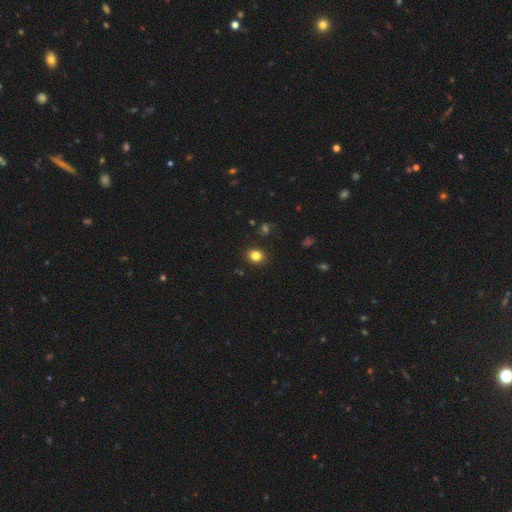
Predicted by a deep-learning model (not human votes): Morphology: type=smooth (82%); roundness=round (64%); merging=none (89%).